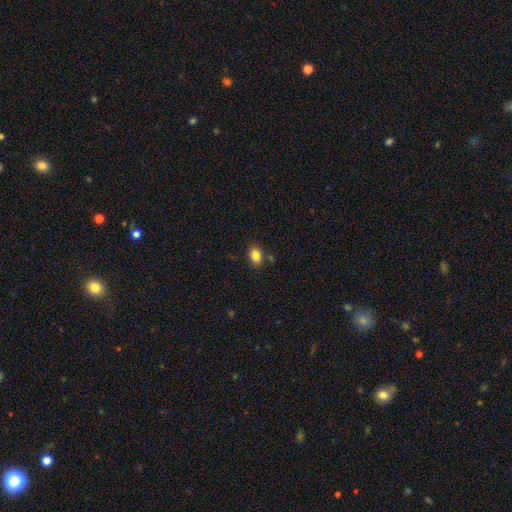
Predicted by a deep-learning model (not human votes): This is clearly a smooth galaxy (85%). How rounded: likely in between (69%). Merging: clearly none (82%).